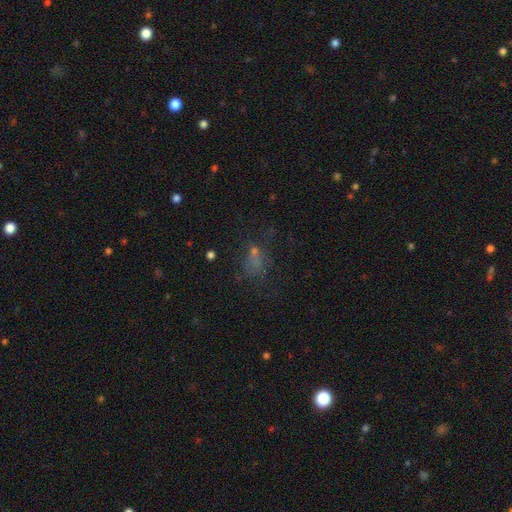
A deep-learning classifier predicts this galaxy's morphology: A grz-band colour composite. It shows a smooth galaxy with no disk features (45%). Merging: none (44%).